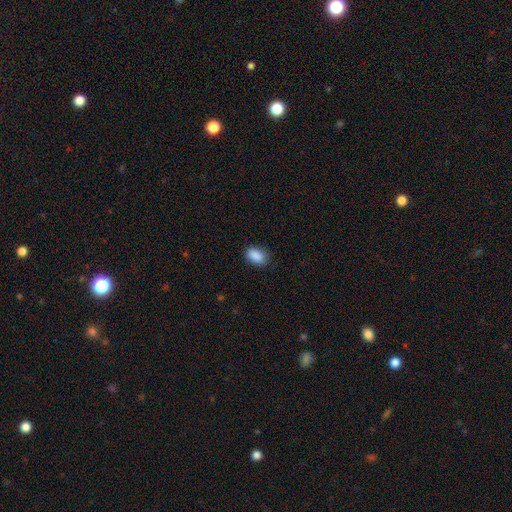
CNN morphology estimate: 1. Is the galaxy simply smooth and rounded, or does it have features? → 89% smooth, 8% star or artifact, 3% featured or disk.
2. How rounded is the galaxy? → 88% in between, 11% round, 1% cigar-shaped.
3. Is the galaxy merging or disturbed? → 81% none, 15% minor disturbance, 3% major disturbance, 1% merger.